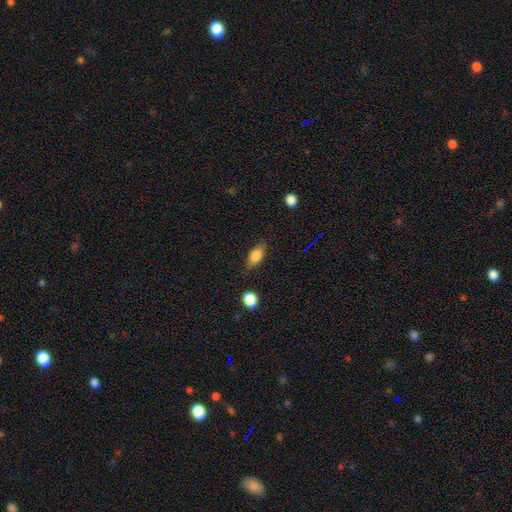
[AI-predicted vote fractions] smooth-or-featured: smooth: 80% | featured or disk: 11% | star or artifact: 9%
  how-rounded: in between: 84% | round: 8% | cigar-shaped: 8%
  merging: none: 78% | minor disturbance: 16% | major disturbance: 4% | merger: 2%